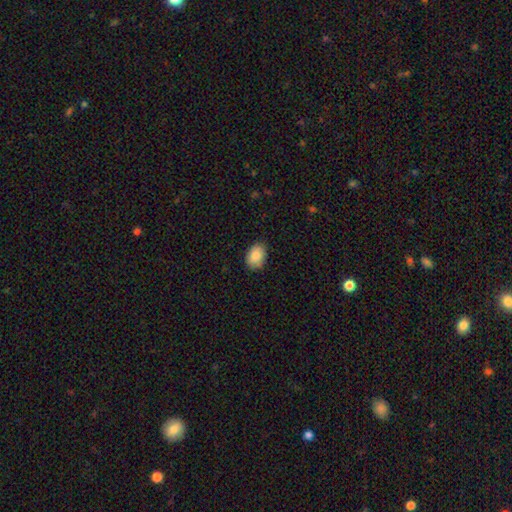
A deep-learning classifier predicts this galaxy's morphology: Smooth or featured? Predicted: smooth (p=0.89). How rounded? Predicted: in between (p=0.84). Merging? Predicted: none (p=0.82).